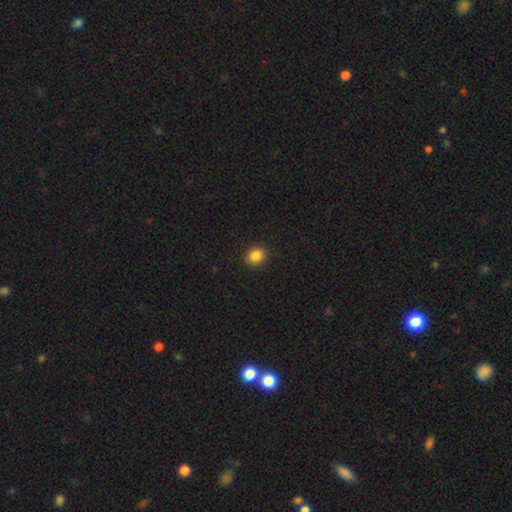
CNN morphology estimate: type=smooth (86%); roundness=round (72%); merging=none (91%).